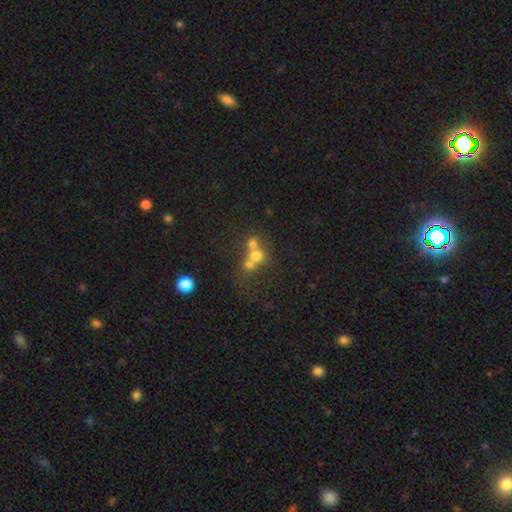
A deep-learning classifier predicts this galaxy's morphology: Smooth or featured? Predicted: smooth (p=0.61). How rounded? Predicted: round (p=0.80). Merging? Predicted: merger (p=0.61).